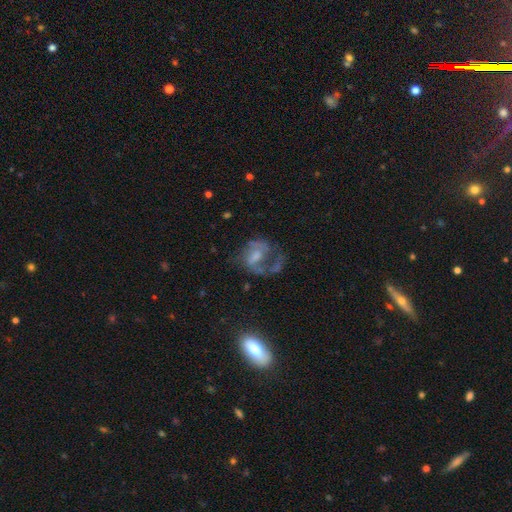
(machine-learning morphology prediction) featured or disk 64%, smooth 25%, star or artifact 11%. Down the decision tree: edge-on disk — no (97%); bar — no (50%); spiral arms — yes (64%); bulge size — moderate (36%); merging — major disturbance (42%).